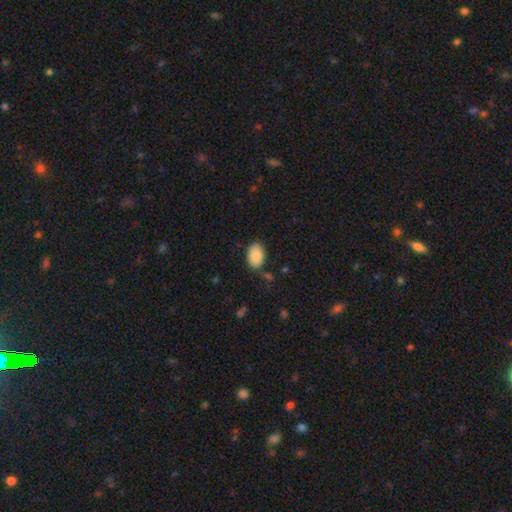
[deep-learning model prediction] This appears to be a smooth galaxy with no disk features (87%) that is in between round and cigar-shaped (89%). Merging: none (80%).